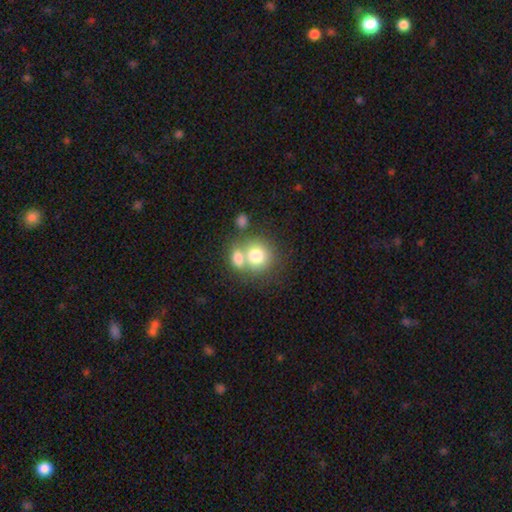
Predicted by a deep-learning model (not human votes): A smooth galaxy with no disk features (76%) that is round (77%). Merging: merger (52%).